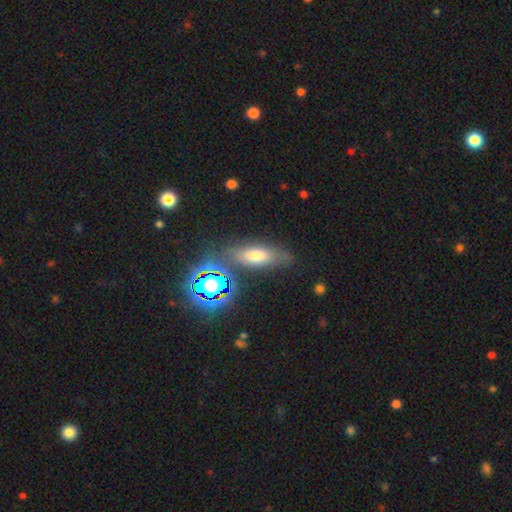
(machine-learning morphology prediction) smooth-or-featured: smooth: 54% | featured or disk: 24% | star or artifact: 22%
  how-rounded: in between: 62% | cigar-shaped: 31% | round: 8%
  merging: none: 74% | minor disturbance: 14% | merger: 6% | major disturbance: 5%